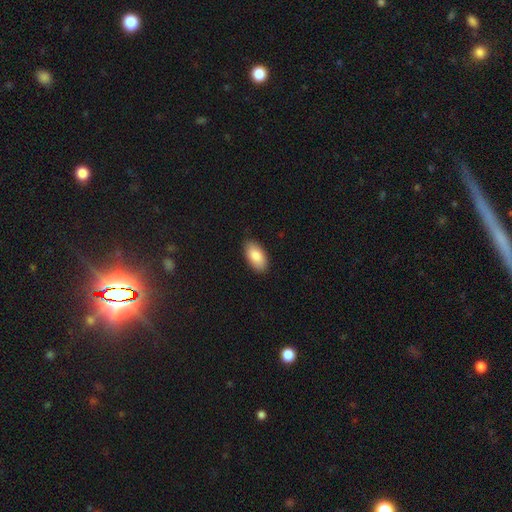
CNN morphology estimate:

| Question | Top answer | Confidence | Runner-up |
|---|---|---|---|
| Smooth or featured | smooth | 86% | featured or disk (8%) |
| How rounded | in between | 94% | cigar-shaped (3%) |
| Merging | none | 86% | minor disturbance (11%) |